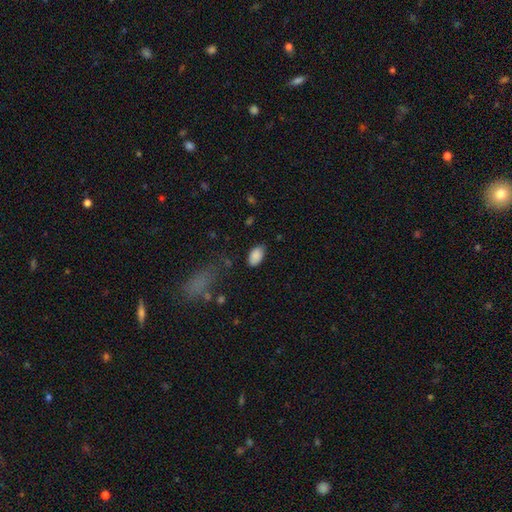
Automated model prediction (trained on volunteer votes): A smooth galaxy with no disk features (88%) that is in between round and cigar-shaped (94%).

Vote fractions:
- Smooth or featured? smooth: 88% / star or artifact: 7% / featured or disk: 5%
- How rounded? in between: 94% / round: 4% / cigar-shaped: 2%
- Merging? none: 80% / minor disturbance: 15% / major disturbance: 4% / merger: 2%